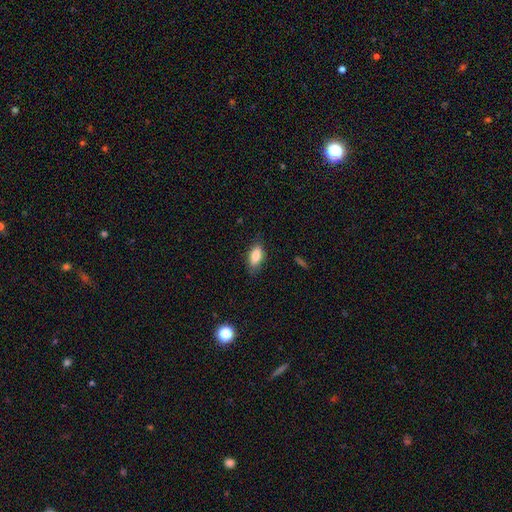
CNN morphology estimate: smooth 83%, featured or disk 10%, star or artifact 7%. Down the decision tree: how rounded — in between (86%); merging — none (80%).